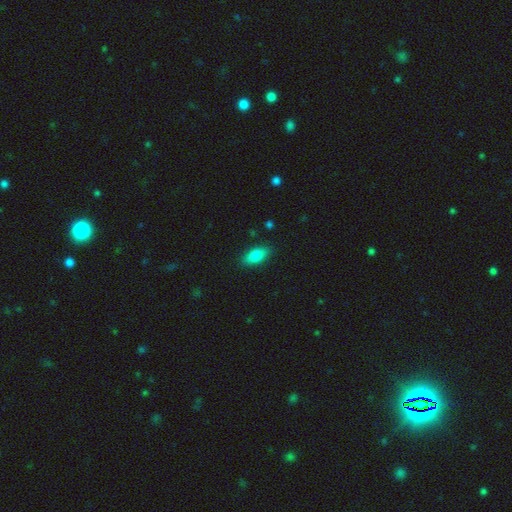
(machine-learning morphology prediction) smooth-or-featured: smooth: 81% | featured or disk: 12% | star or artifact: 7%
  how-rounded: in between: 85% | cigar-shaped: 11% | round: 4%
  merging: none: 86% | minor disturbance: 11% | major disturbance: 2% | merger: 1%